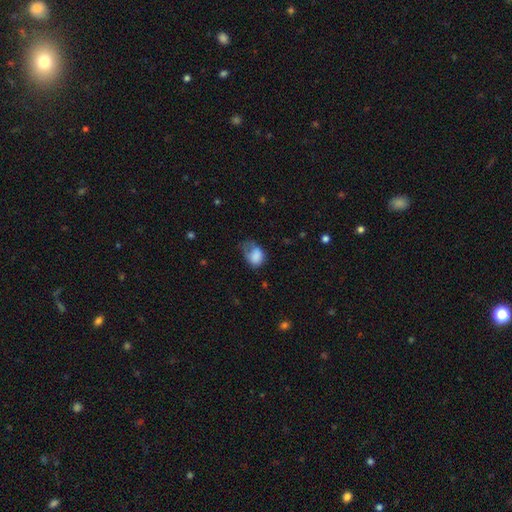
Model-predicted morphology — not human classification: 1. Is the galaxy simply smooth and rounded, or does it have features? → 80% smooth, 12% featured or disk, 8% star or artifact.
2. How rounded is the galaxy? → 67% in between, 32% round, 1% cigar-shaped.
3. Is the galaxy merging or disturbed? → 39% major disturbance, 34% minor disturbance, 24% none, 3% merger.